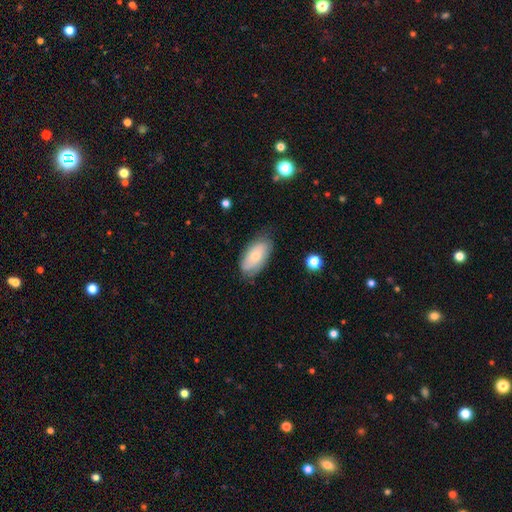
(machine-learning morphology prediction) The model was most divided on "smooth or featured": smooth: 63%, featured or disk: 30%, star or artifact: 7%. More confident: how rounded — in between (92%); merging — none (71%).